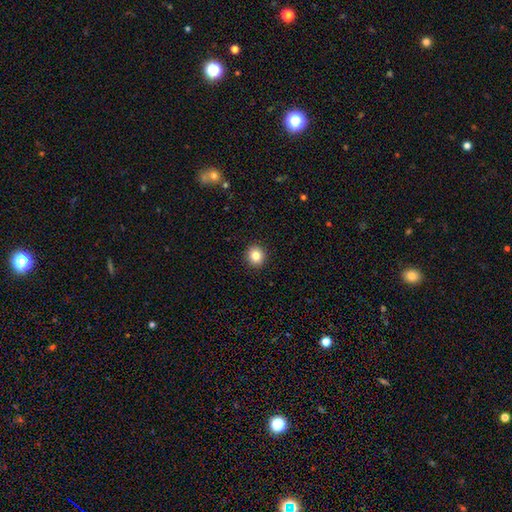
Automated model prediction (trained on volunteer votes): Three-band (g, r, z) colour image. It shows a smooth galaxy with no disk features (83%) that is round (87%). Merging: none (93%).